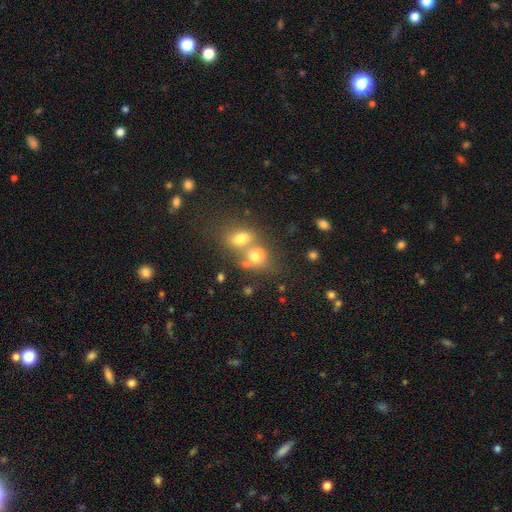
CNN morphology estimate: smooth-or-featured: smooth: 73% | featured or disk: 14% | star or artifact: 13%
  how-rounded: round: 52% | in between: 47% | cigar-shaped: 1%
  merging: merger: 57% | none: 30% | minor disturbance: 8% | major disturbance: 5%